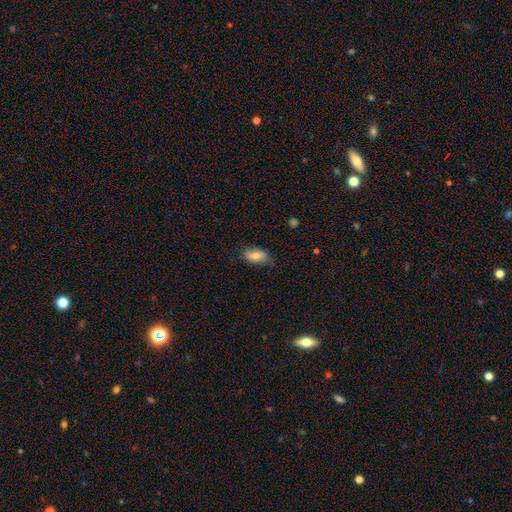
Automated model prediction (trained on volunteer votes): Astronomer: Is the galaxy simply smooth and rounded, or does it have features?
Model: smooth — 81%.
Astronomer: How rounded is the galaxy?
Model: in between — 89%.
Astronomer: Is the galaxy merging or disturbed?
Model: none — 78%.